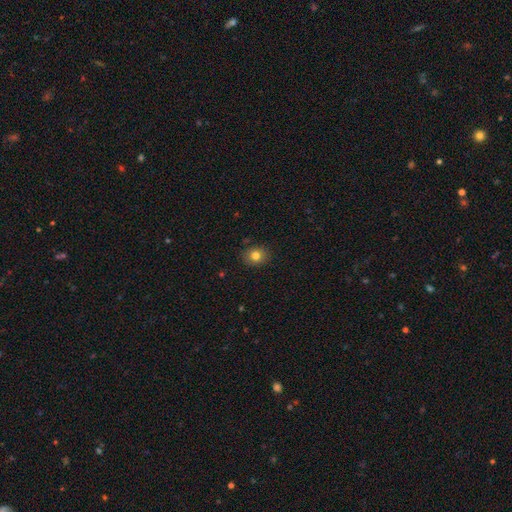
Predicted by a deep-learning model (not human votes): Overall: smooth (79%). How rounded: round (65%; in between 34%). Merging: none (86%).